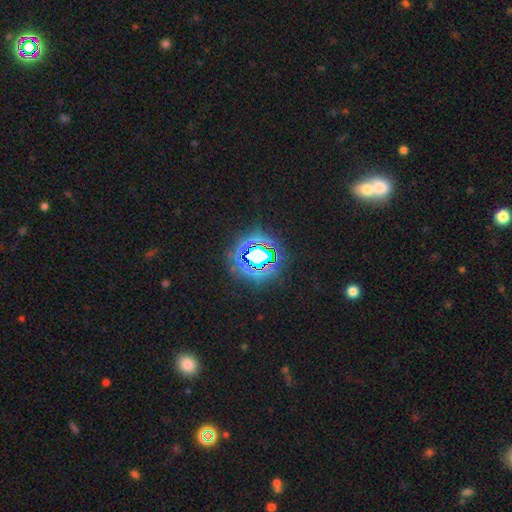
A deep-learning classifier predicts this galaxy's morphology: type=star or artifact (73%).